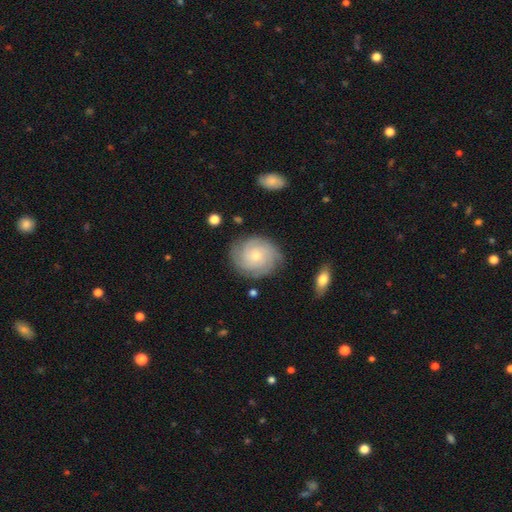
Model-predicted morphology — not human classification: A featured or disk galaxy (71%) with no bar (78%), tight (71%) spiral arms (94%) and a small central bulge (62%). Merging: none (81%).